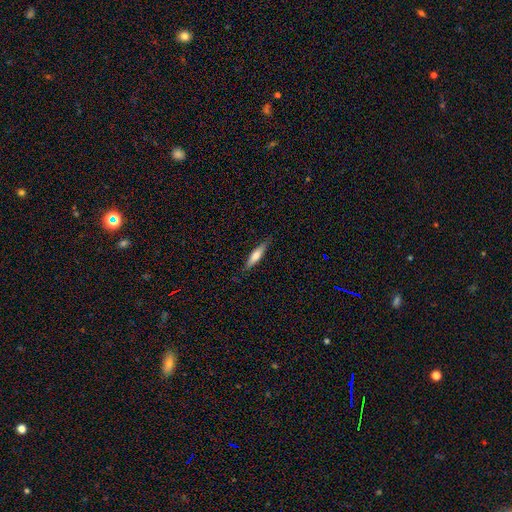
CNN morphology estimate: smooth-or-featured: smooth: 61% | featured or disk: 33% | star or artifact: 6%
  how-rounded: cigar-shaped: 79% | in between: 20% | round: 2%
  merging: none: 85% | minor disturbance: 12% | major disturbance: 2% | merger: 1%